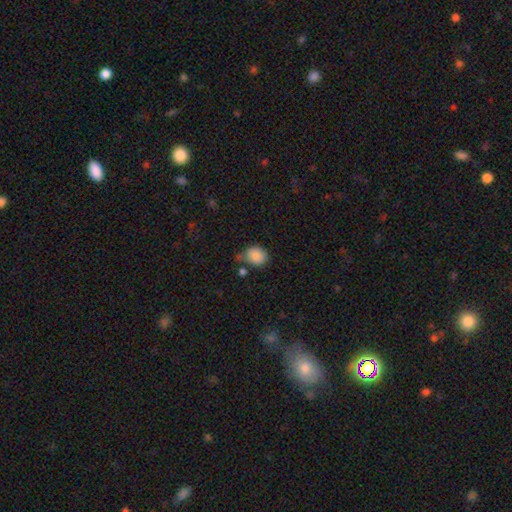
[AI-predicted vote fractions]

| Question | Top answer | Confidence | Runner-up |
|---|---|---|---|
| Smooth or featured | smooth | 87% | star or artifact (9%) |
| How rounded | round | 59% | in between (40%) |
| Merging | none | 57% | minor disturbance (25%) |